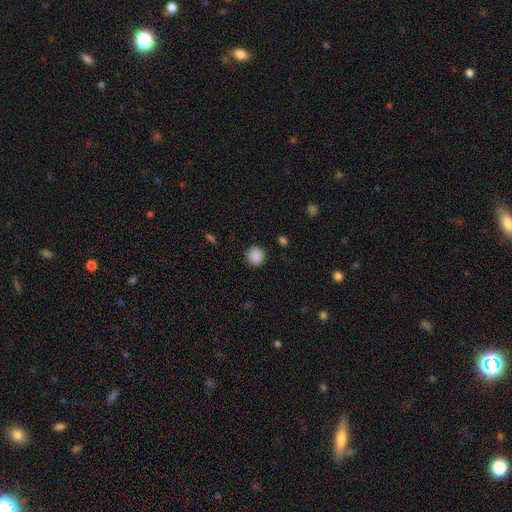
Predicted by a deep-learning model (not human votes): Morphology: type=smooth (89%); roundness=round (92%); merging=none (90%).